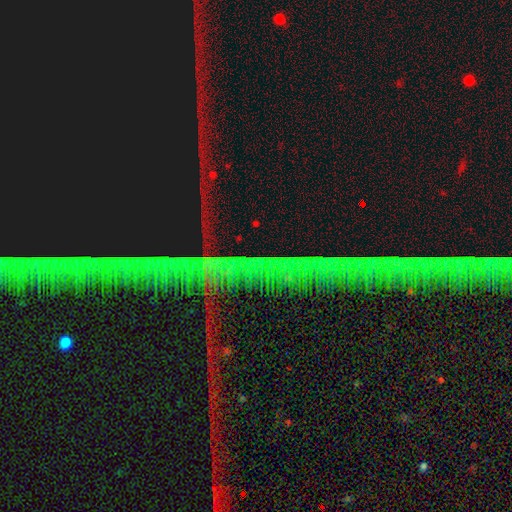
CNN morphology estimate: A star or artifact, not a galaxy (80%).

Vote fractions:
- Smooth or featured? star or artifact: 80% / featured or disk: 11% / smooth: 8%